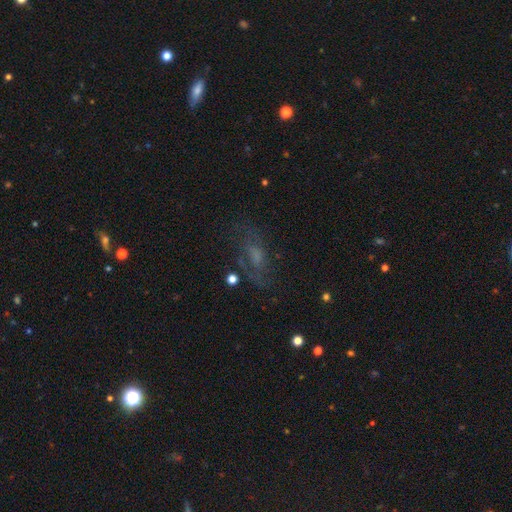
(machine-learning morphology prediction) Overall: featured or disk (47%; smooth 31%). Merging: none (60%).